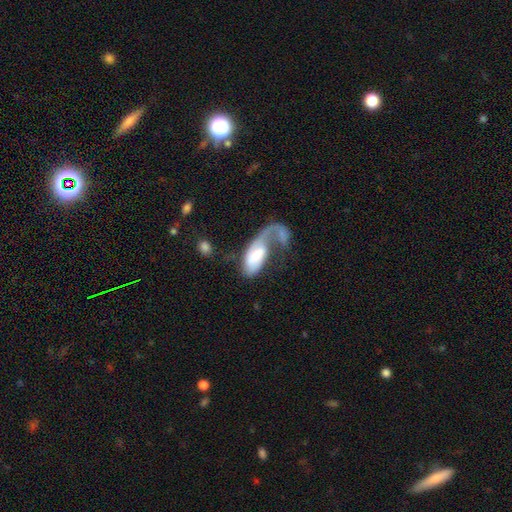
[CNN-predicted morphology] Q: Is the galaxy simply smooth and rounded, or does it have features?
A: smooth — 48%.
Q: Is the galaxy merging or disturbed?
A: major disturbance — 52%.